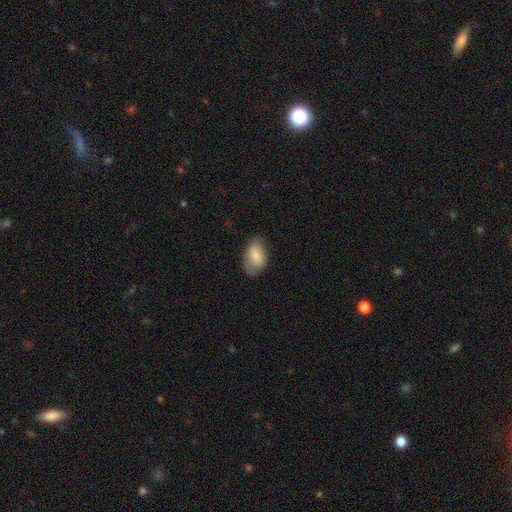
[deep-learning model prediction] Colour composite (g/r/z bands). It shows a smooth galaxy with no disk features (81%) that is in between round and cigar-shaped (90%). Merging: none (63%).